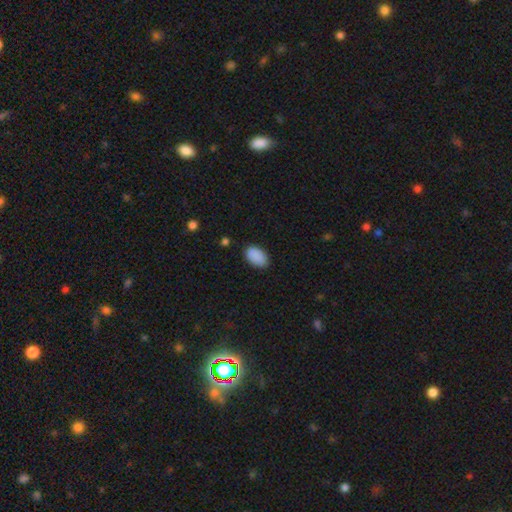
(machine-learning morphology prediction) A smooth galaxy with no disk features (90%) that is in between round and cigar-shaped (93%). Merging: none (84%).